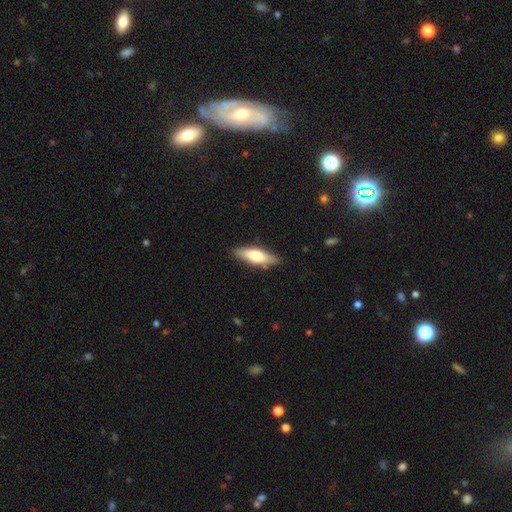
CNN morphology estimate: The model was most divided on "how rounded": cigar-shaped: 53%, in between: 45%, round: 2%. More confident: merging — none (85%); smooth or featured — smooth (57%).